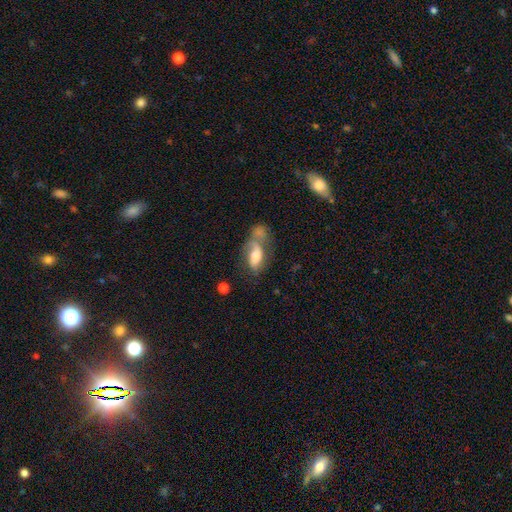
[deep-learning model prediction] smooth_or_featured: smooth (p=0.60) [alt: featured or disk p=0.32]
how_rounded: in between (p=0.86) [alt: cigar-shaped p=0.09]
merging: merger (p=0.41) [alt: none p=0.25]